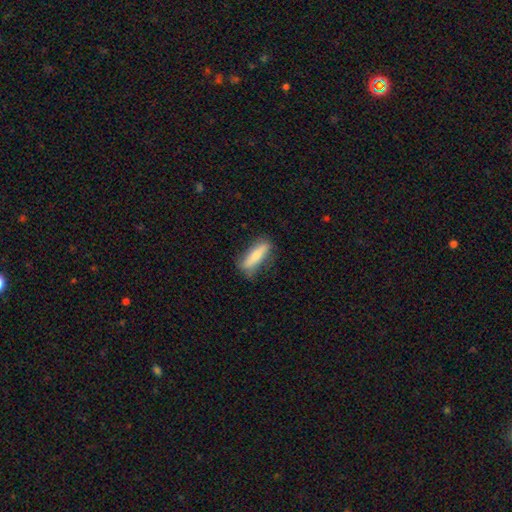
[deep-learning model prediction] Overall: smooth (72%). How rounded: cigar-shaped (65%; in between 33%). Merging: none (76%).